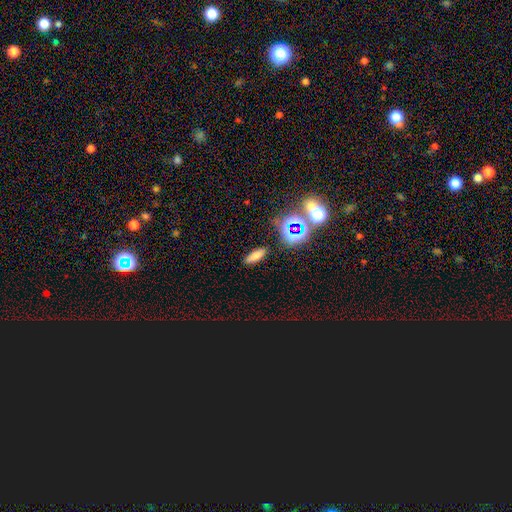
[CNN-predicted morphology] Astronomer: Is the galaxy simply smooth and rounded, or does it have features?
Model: smooth — 68%.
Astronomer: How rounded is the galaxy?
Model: in between — 55% (runner-up: cigar-shaped, 38%).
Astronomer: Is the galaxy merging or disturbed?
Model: none — 87%.